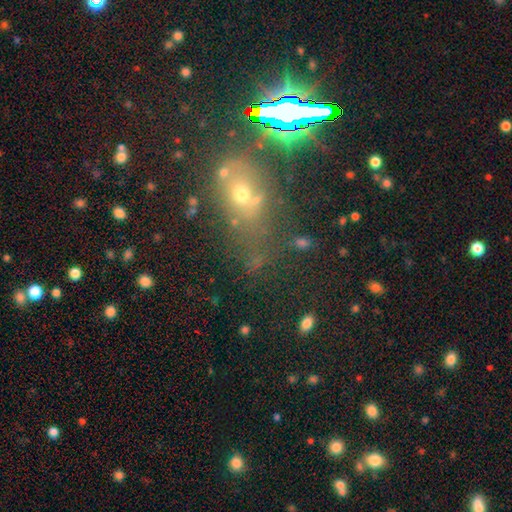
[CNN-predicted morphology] star or artifact 47%, smooth 36%, featured or disk 17%.